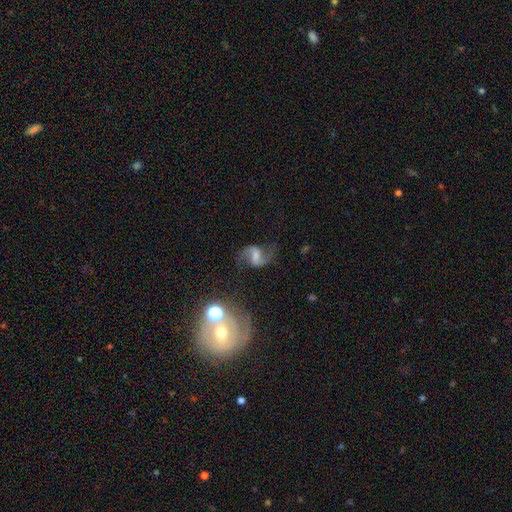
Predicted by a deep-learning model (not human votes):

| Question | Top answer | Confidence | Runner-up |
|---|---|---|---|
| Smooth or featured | featured or disk | 84% | smooth (8%) |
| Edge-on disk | no | 98% | yes (2%) |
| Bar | weak | 49% | strong (32%) |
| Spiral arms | yes | 96% | no (4%) |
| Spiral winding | loose | 66% | medium (29%) |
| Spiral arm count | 2 | 93% | 1 (2%) |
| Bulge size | small | 37% | moderate (30%) |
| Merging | none | 75% | minor disturbance (14%) |